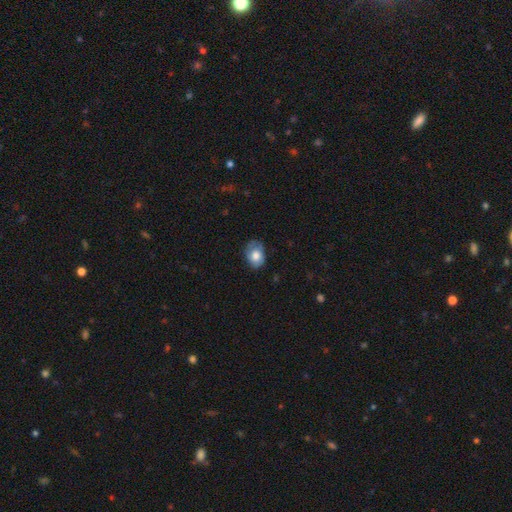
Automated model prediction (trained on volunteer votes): Smooth or featured: smooth — 69% (featured or disk — 23%)
How rounded: in between — 70% (round — 29%)
Merging: none — 65% (minor disturbance — 27%)